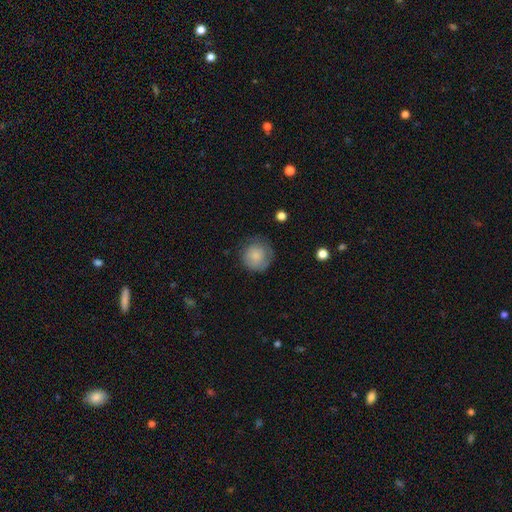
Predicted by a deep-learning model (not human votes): The model was most divided on "merging": none: 71%, minor disturbance: 20%, major disturbance: 7%, merger: 1%. More confident: how rounded — round (92%); smooth or featured — smooth (81%).